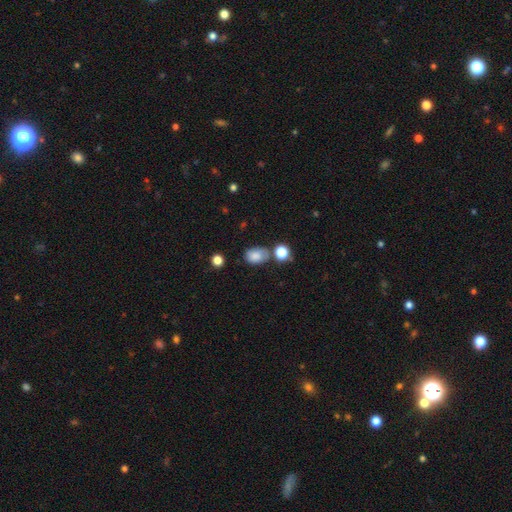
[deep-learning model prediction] smooth 82%, star or artifact 10%, featured or disk 8%. Down the decision tree: how rounded — in between (77%); merging — none (59%).